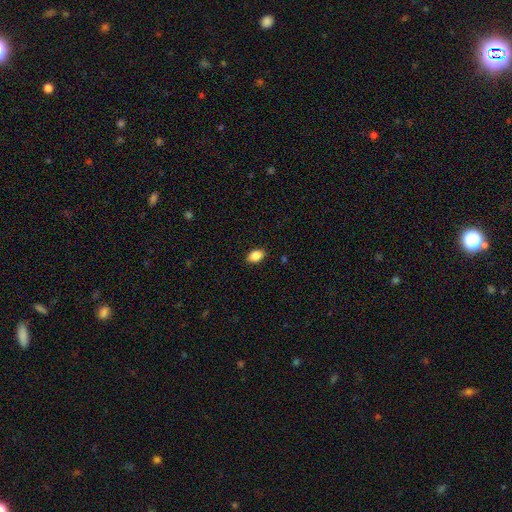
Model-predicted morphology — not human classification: Smooth or featured? smooth (87%)
How rounded? in between (86%)
Merging? none (88%)